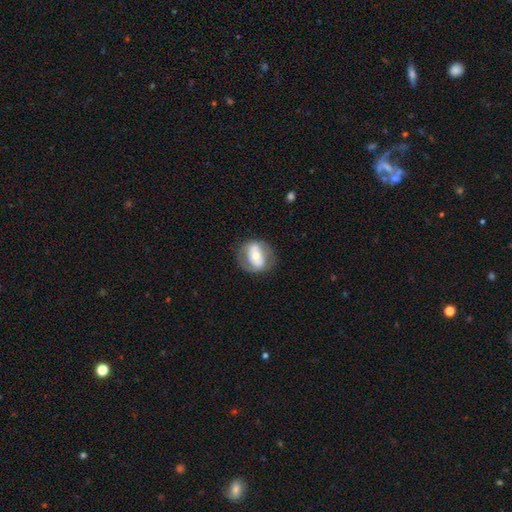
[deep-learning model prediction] Q: Smooth or featured?
A: featured or disk (54%); runner-up: smooth (39%)
Q: Edge-on disk?
A: no (93%); runner-up: yes (7%)
Q: Bar?
A: no (43%); runner-up: strong (33%)
Q: Spiral arms?
A: no (68%); runner-up: yes (32%)
Q: Bulge size?
A: moderate (62%); runner-up: small (26%)
Q: Merging?
A: none (71%); runner-up: minor disturbance (17%)